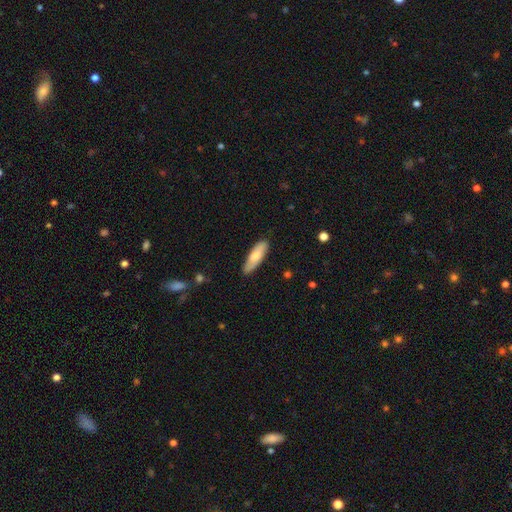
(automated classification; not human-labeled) smooth 72%, featured or disk 23%, star or artifact 5%. Down the decision tree: how rounded — cigar-shaped (51%); merging — none (85%).